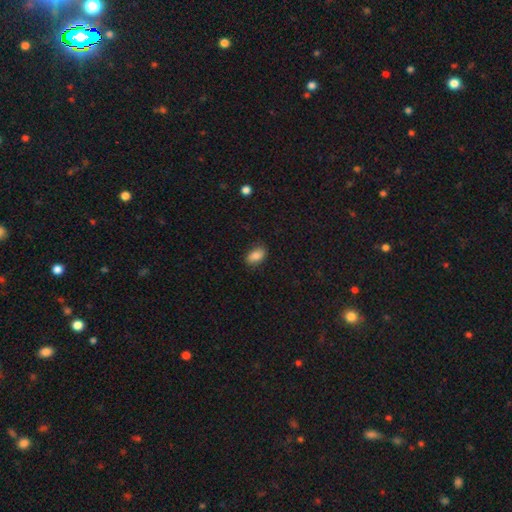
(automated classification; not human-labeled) Overall: smooth (82%). How rounded: in between (89%). Merging: none (82%).